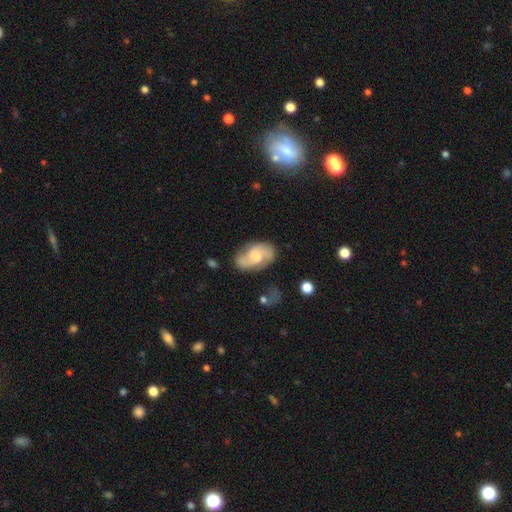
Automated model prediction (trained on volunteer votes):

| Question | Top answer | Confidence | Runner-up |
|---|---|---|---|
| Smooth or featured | featured or disk | 68% | smooth (26%) |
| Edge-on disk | no | 96% | yes (4%) |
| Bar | no | 50% | weak (43%) |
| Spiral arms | yes | 91% | no (9%) |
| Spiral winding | medium | 51% | loose (28%) |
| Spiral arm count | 2 | 79% | can't tell (10%) |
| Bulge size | moderate | 42% | small (34%) |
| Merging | none | 68% | minor disturbance (20%) |